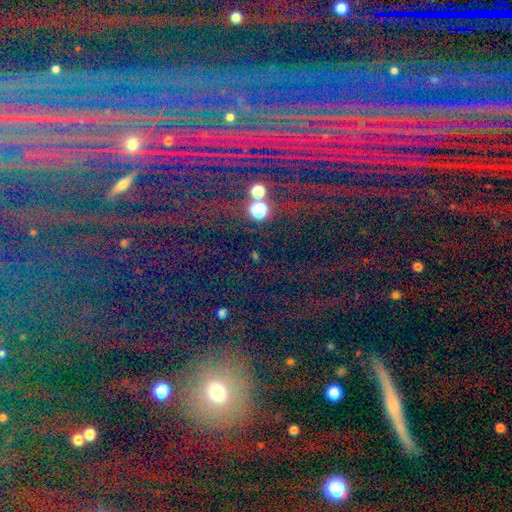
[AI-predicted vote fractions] The model was most divided on "smooth or featured": star or artifact: 69%, smooth: 17%, featured or disk: 13%.